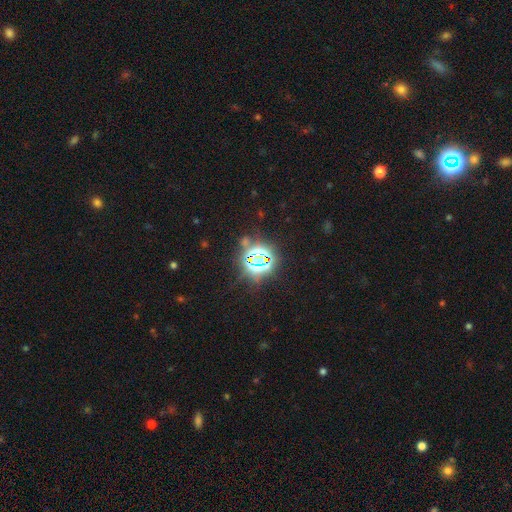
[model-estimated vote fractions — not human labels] Morphology: type=star or artifact (81%).